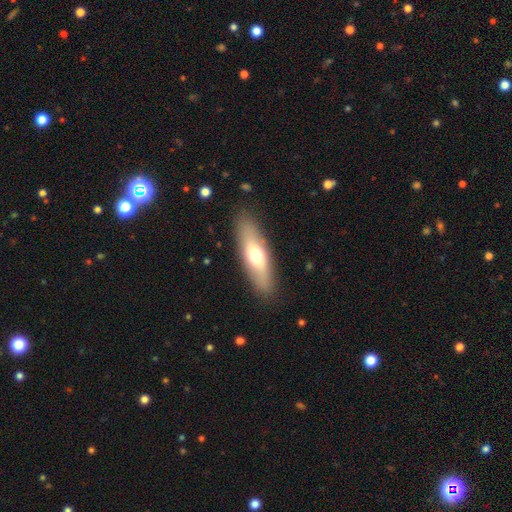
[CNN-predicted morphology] smooth-or-featured: smooth: 59% | featured or disk: 35% | star or artifact: 6%
  how-rounded: in between: 52% | cigar-shaped: 46% | round: 3%
  merging: none: 87% | minor disturbance: 9% | major disturbance: 3% | merger: 1%